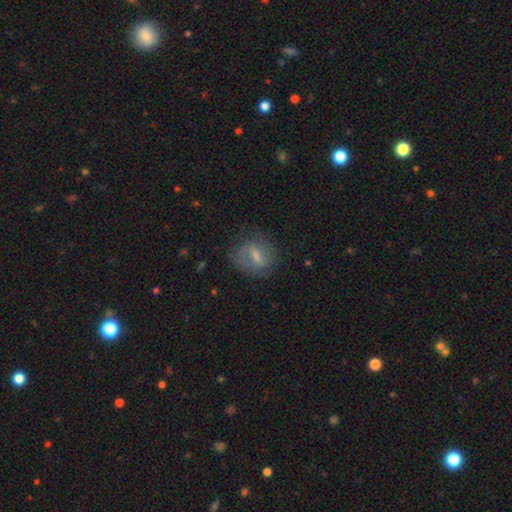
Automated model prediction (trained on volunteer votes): Smooth or featured? featured or disk (51%)
Edge-on disk? no (92%)
Merging? none (67%)